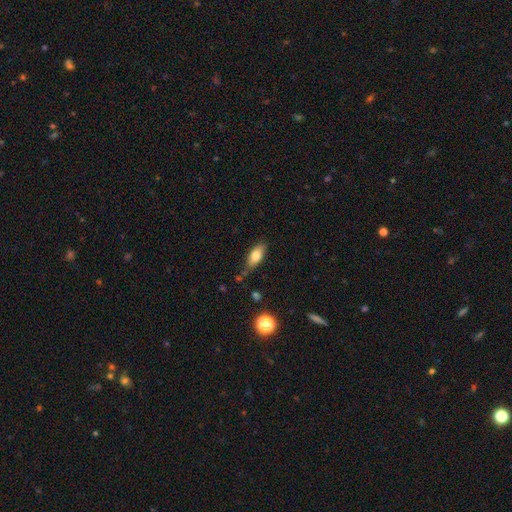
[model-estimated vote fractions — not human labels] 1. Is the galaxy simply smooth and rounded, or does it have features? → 75% smooth, 17% featured or disk, 8% star or artifact.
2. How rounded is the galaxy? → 82% in between, 14% cigar-shaped, 4% round.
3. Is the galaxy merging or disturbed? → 67% none, 24% minor disturbance, 5% major disturbance, 5% merger.